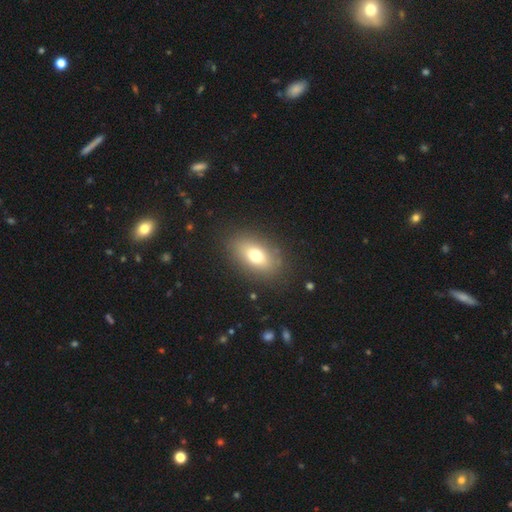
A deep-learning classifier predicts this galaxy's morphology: Smooth or featured? smooth (72%)
How rounded? in between (83%)
Merging? none (85%)